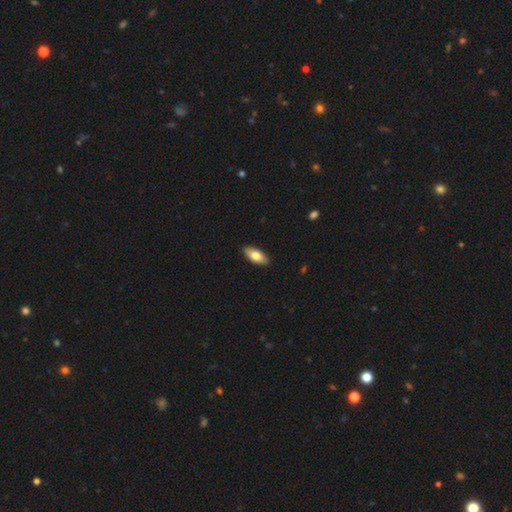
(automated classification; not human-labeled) This is likely a smooth galaxy (77%). How rounded: clearly in between (87%). Merging: clearly none (90%).